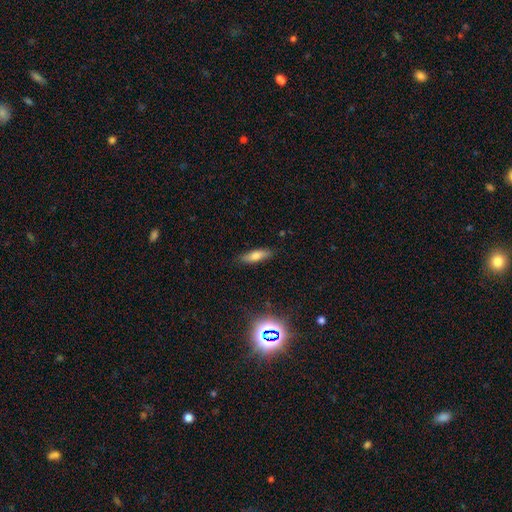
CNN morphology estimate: This appears to be a smooth galaxy with no disk features (71%) that is cigar-shaped (53%). Merging: none (85%).